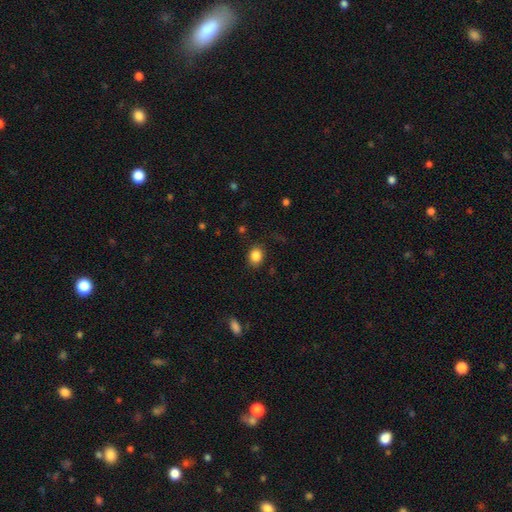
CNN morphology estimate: A smooth galaxy with no disk features (86%) that is round (54%). Merging: none (85%).